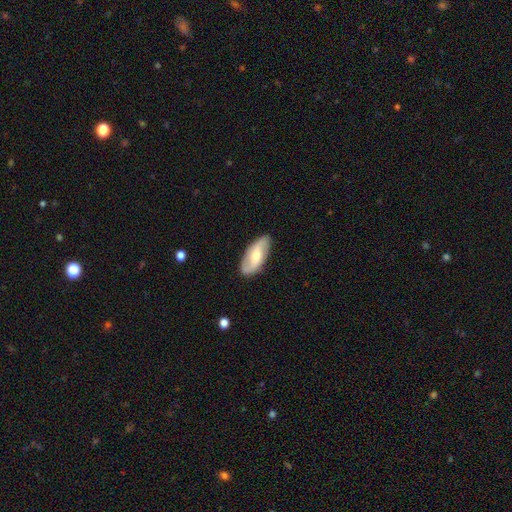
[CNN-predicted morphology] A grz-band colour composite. It shows a featured or disk galaxy (50%). Merging: none (85%).